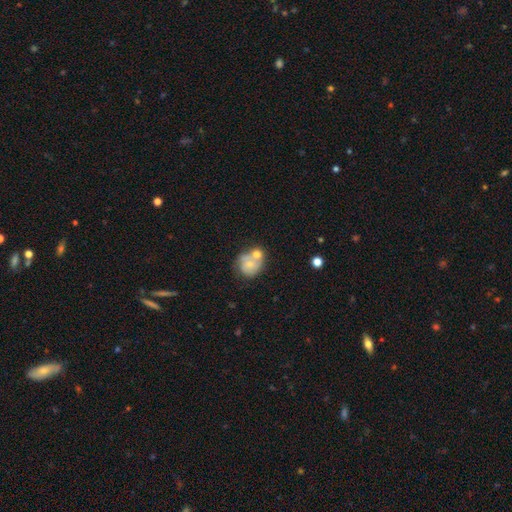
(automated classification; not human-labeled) Smooth or featured: smooth — 53% (featured or disk — 36%)
How rounded: round — 73% (in between — 26%)
Merging: merger — 40% (none — 38%)